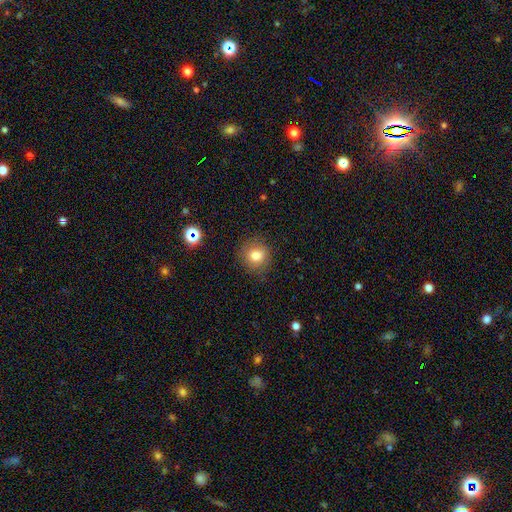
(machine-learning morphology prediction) Q: Smooth or featured?
A: smooth (80%); runner-up: star or artifact (12%)
Q: How rounded?
A: round (85%); runner-up: in between (14%)
Q: Merging?
A: none (84%); runner-up: minor disturbance (11%)